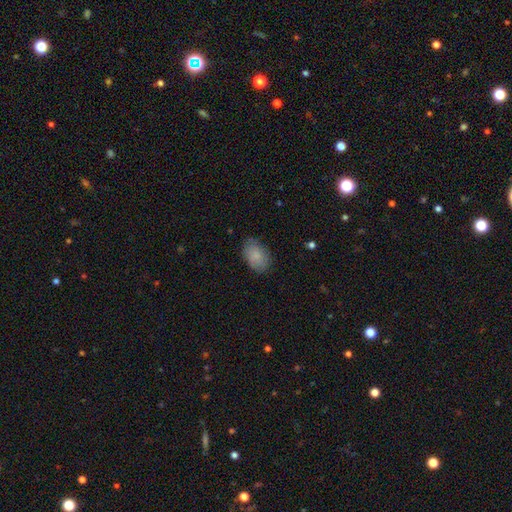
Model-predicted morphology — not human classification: Smooth or featured: smooth — 85% (featured or disk — 8%)
How rounded: in between — 88% (round — 11%)
Merging: none — 77% (minor disturbance — 18%)